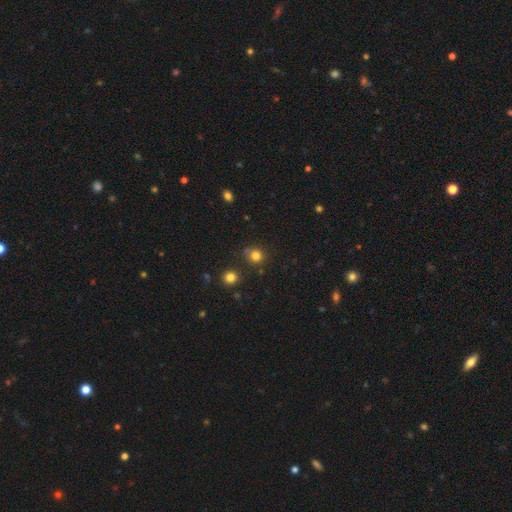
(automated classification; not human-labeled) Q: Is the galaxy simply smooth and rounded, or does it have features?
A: smooth — 80%.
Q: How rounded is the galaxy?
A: round — 82%.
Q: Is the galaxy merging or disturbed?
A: none — 71%.